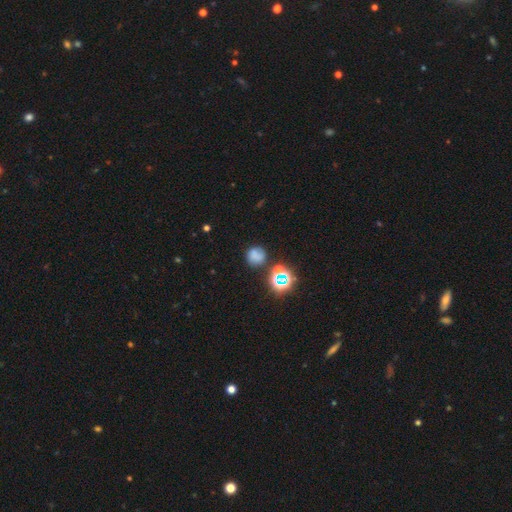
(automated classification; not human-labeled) smooth-or-featured: smooth: 64% | star or artifact: 23% | featured or disk: 13%
  how-rounded: round: 86% | in between: 13% | cigar-shaped: 1%
  merging: none: 66% | minor disturbance: 16% | merger: 11% | major disturbance: 7%